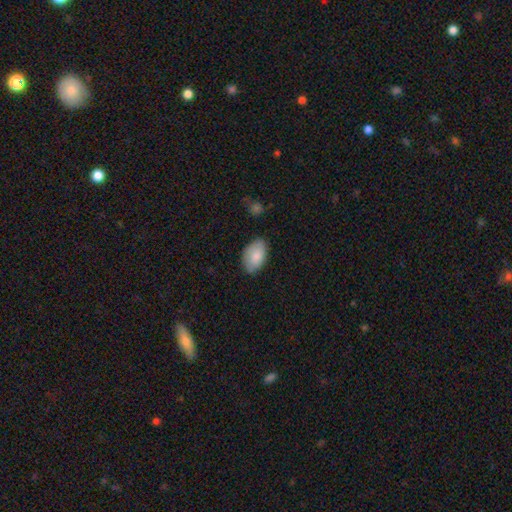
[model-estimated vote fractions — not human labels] Overall: smooth (83%). How rounded: in between (93%). Merging: none (76%).